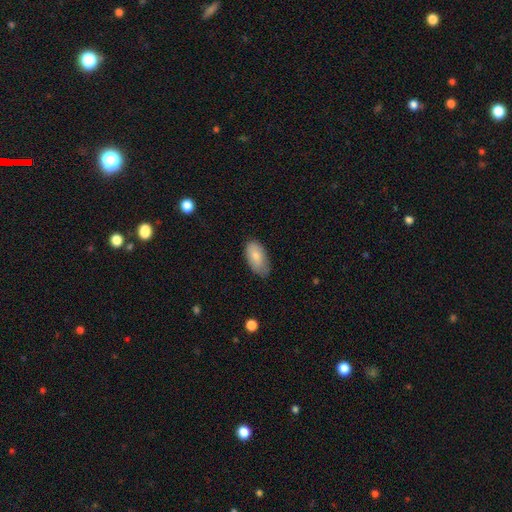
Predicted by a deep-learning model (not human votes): smooth 81%, featured or disk 13%, star or artifact 6%. Down the decision tree: how rounded — in between (94%); merging — none (68%).